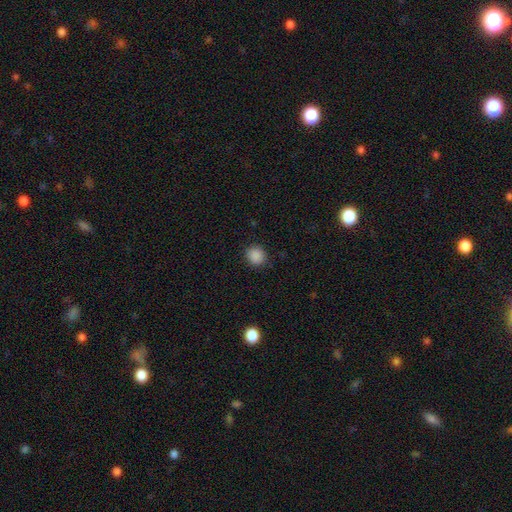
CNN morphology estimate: Smooth or featured? Predicted: smooth (p=0.88). How rounded? Predicted: round (p=0.88). Merging? Predicted: none (p=0.89).